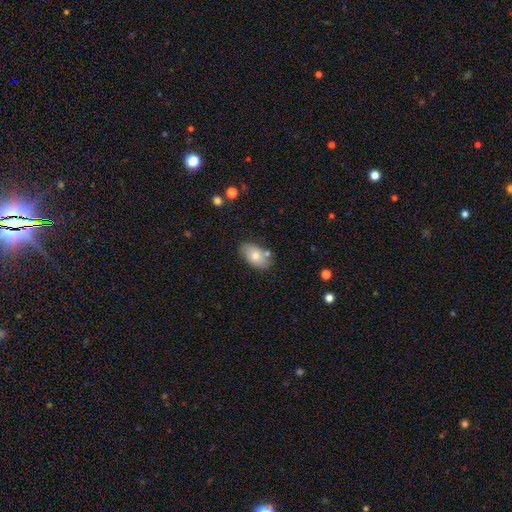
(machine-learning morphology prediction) smooth 75%, featured or disk 18%, star or artifact 7%. Down the decision tree: how rounded — in between (92%); merging — none (73%).